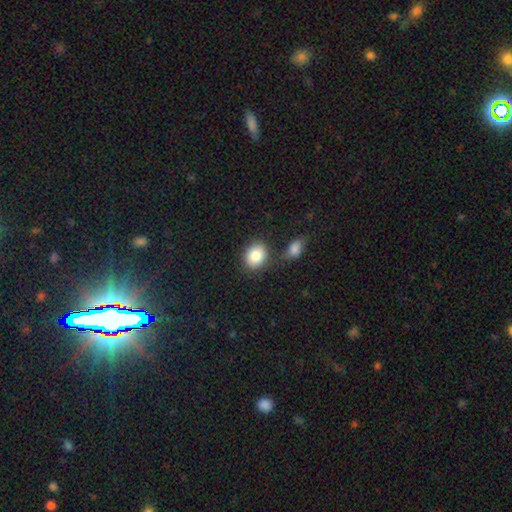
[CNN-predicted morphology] smooth 85%, star or artifact 8%, featured or disk 7%. Down the decision tree: how rounded — round (50%); merging — none (71%).